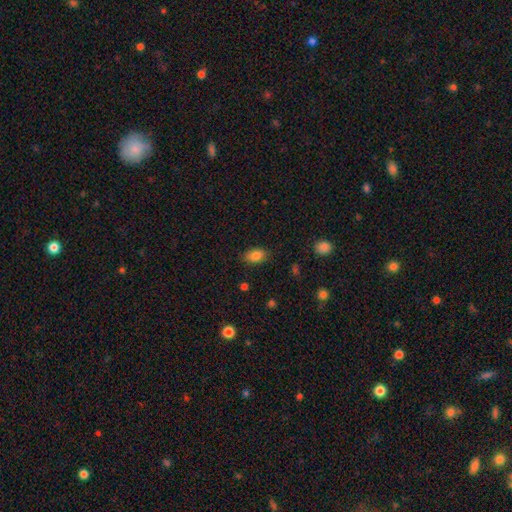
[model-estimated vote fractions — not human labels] Smooth or featured? smooth (83%)
How rounded? in between (88%)
Merging? none (84%)